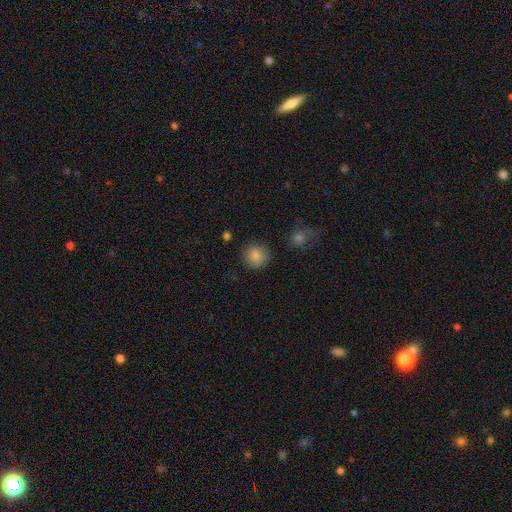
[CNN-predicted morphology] Smooth or featured? smooth (84%)
How rounded? round (88%)
Merging? none (85%)